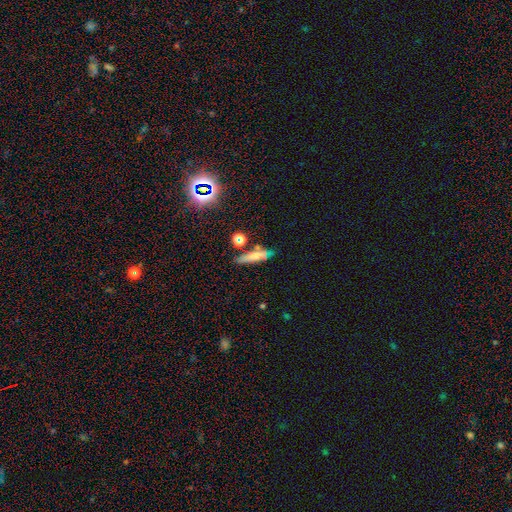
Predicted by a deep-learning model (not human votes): smooth 61%, featured or disk 24%, star or artifact 16%. Down the decision tree: how rounded — cigar-shaped (64%); merging — none (67%).